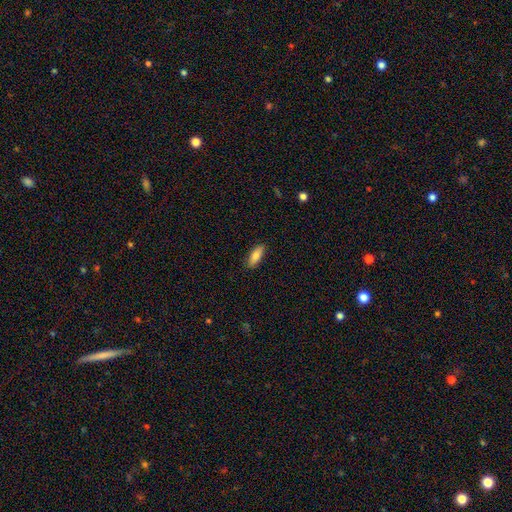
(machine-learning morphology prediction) The model was most divided on "how rounded": in between: 70%, cigar-shaped: 28%, round: 2%. More confident: merging — none (87%); smooth or featured — smooth (81%).